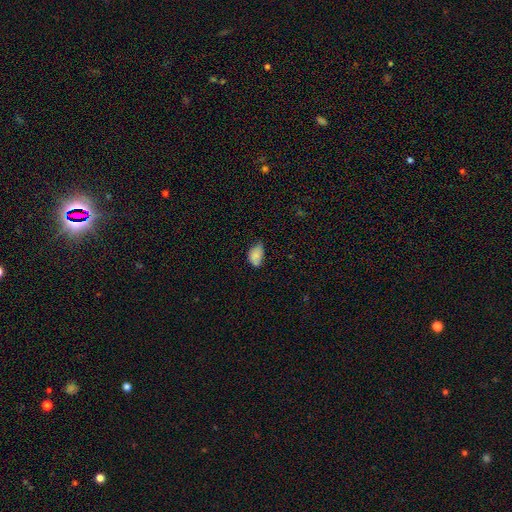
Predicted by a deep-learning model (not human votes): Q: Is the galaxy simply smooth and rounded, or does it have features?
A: smooth — 81%.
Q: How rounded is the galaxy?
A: in between — 87%.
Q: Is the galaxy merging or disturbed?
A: minor disturbance — 45%.